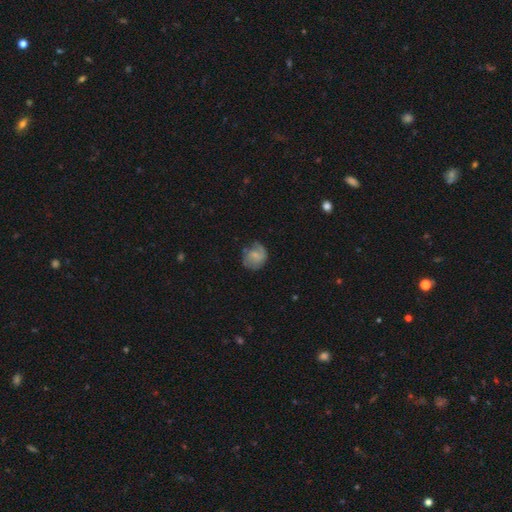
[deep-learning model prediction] smooth-or-featured: smooth: 49% | featured or disk: 42% | star or artifact: 8%
  merging: none: 58% | minor disturbance: 26% | major disturbance: 13% | merger: 2%